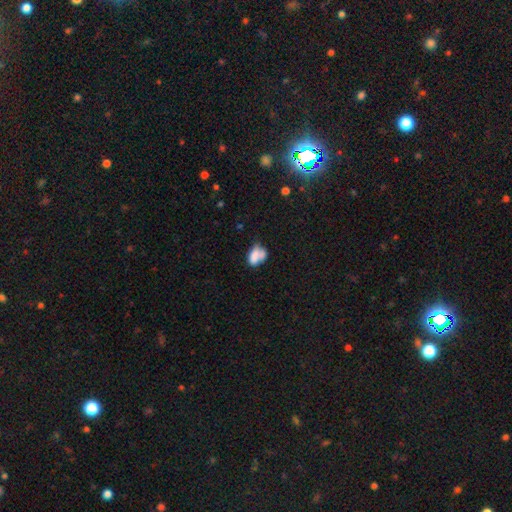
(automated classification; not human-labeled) Overall: smooth (68%). How rounded: in between (81%). Merging: merger (32%; none 30%).